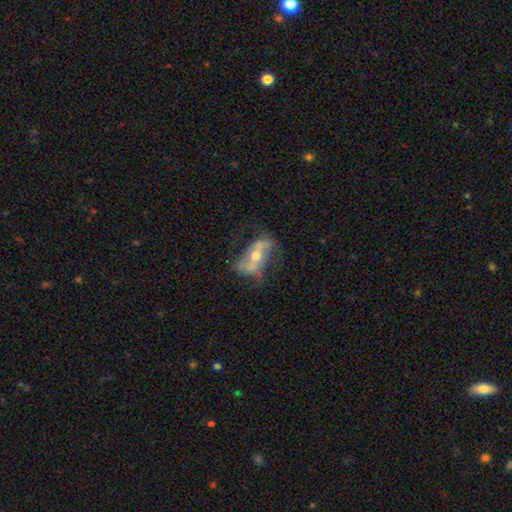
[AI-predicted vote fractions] Morphology: type=featured or disk (72%); edge-on=no (85%); bar=strong (38%); spiral arms=yes (76%); bulge=moderate (65%); merging=none (57%).